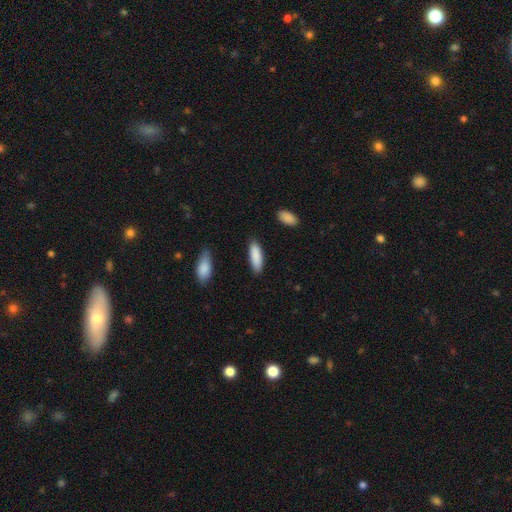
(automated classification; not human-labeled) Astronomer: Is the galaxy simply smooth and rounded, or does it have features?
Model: smooth — 88%.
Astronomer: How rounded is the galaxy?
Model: in between — 53% (runner-up: cigar-shaped, 46%).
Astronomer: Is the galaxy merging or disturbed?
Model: none — 84%.